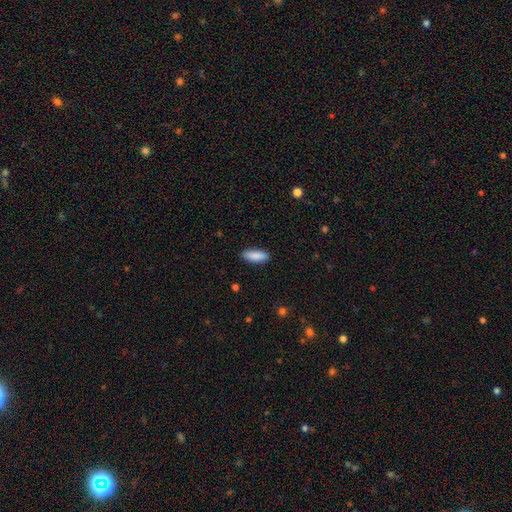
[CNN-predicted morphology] The model was most divided on "how rounded": in between: 68%, cigar-shaped: 30%, round: 2%. More confident: merging — none (89%); smooth or featured — smooth (88%).